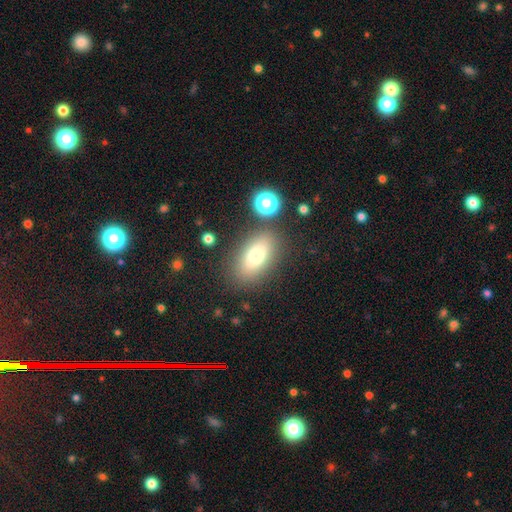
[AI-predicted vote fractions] This is likely a smooth galaxy (73%). How rounded: clearly in between (85%). Merging: likely none (79%).